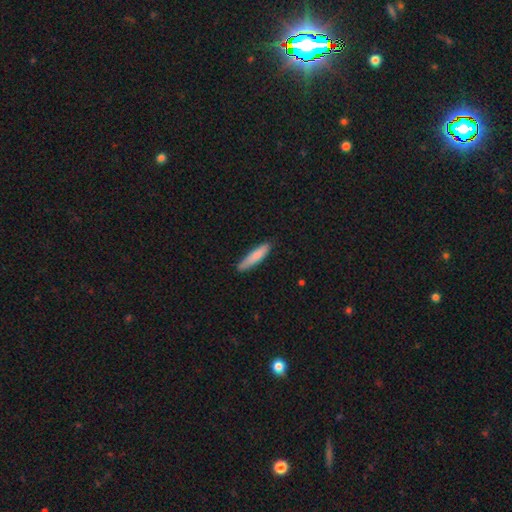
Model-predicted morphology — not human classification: A smooth galaxy with no disk features (81%) that is cigar-shaped (84%). Merging: none (82%).